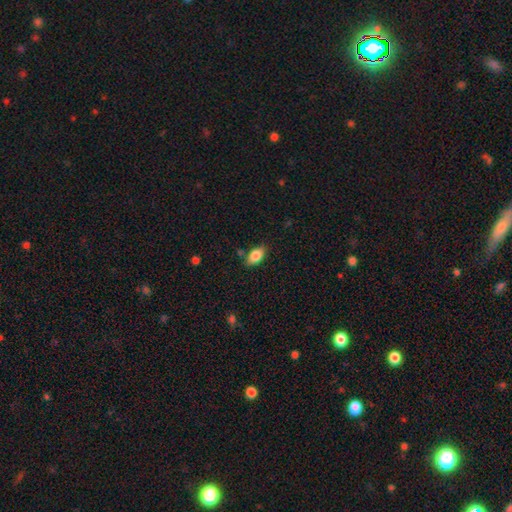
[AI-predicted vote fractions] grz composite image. It shows a smooth galaxy with no disk features (83%) that is in between round and cigar-shaped (91%). Merging: none (81%).